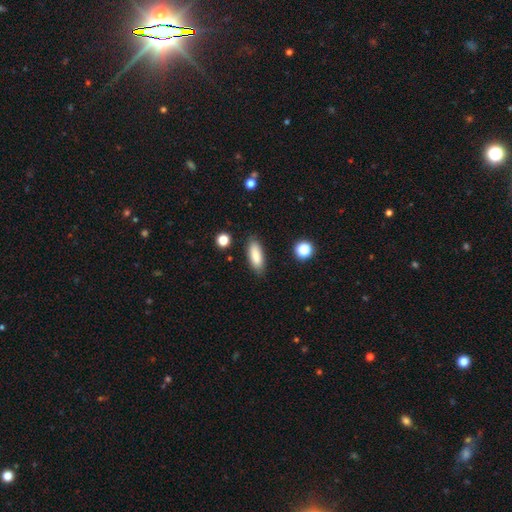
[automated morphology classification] Smooth or featured: smooth — 85% (featured or disk — 8%)
How rounded: in between — 68% (cigar-shaped — 30%)
Merging: none — 85% (minor disturbance — 10%)